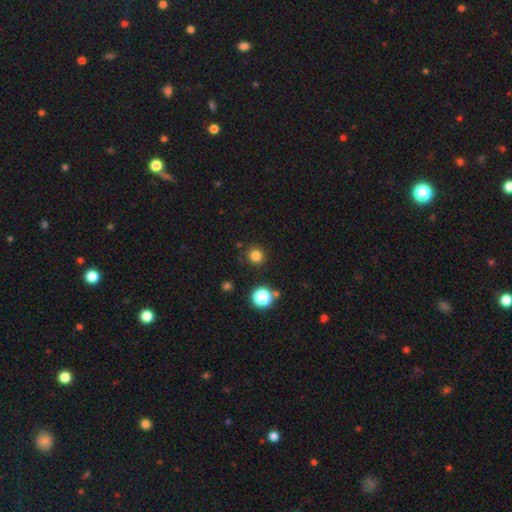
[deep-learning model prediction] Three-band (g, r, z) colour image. It shows a smooth galaxy with no disk features (80%) that is round (94%). Merging: none (89%).